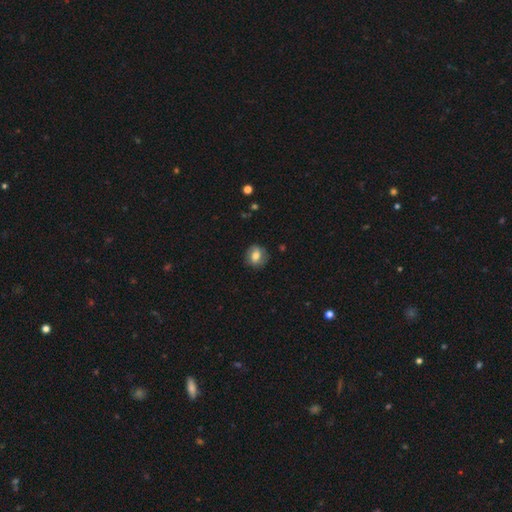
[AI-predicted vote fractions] smooth_or_featured: smooth (p=0.67) [alt: featured or disk p=0.25]
how_rounded: round (p=0.59) [alt: in between p=0.40]
merging: none (p=0.80) [alt: minor disturbance p=0.14]